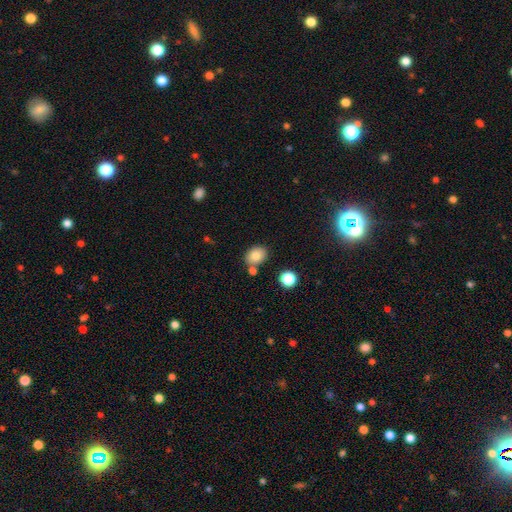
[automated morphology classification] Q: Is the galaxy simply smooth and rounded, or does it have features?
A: smooth — 82%.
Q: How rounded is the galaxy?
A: in between — 59%.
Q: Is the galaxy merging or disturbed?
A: none — 72%.